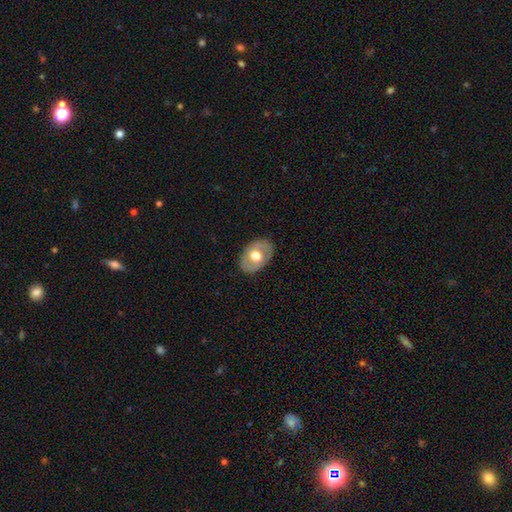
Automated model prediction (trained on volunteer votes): Morphology: type=smooth (48%); merging=none (84%).